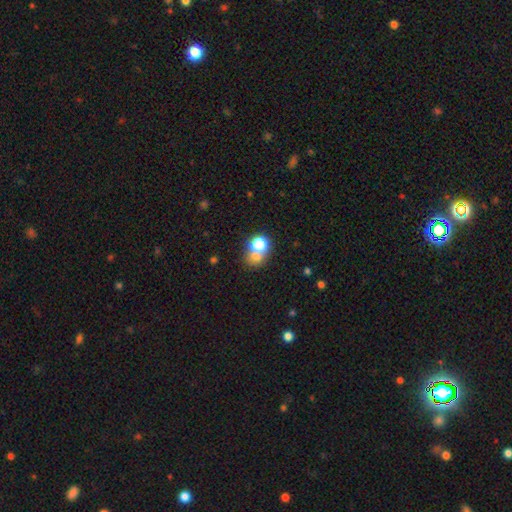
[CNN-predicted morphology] smooth_or_featured: smooth (p=0.69) [alt: star or artifact p=0.19]
how_rounded: round (p=0.69) [alt: in between p=0.30]
merging: merger (p=0.48) [alt: none p=0.38]